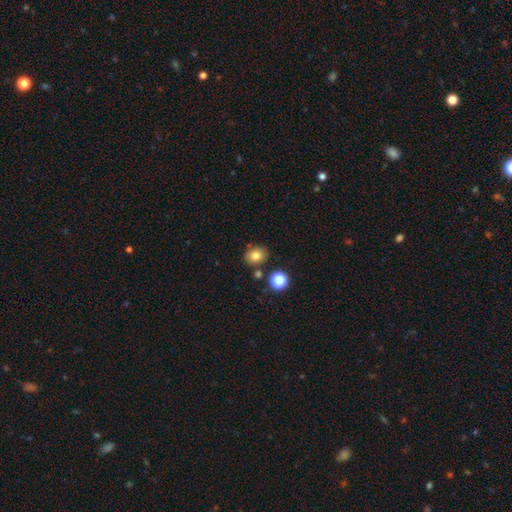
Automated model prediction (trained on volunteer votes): Morphology: type=smooth (79%); roundness=round (60%); merging=none (80%).